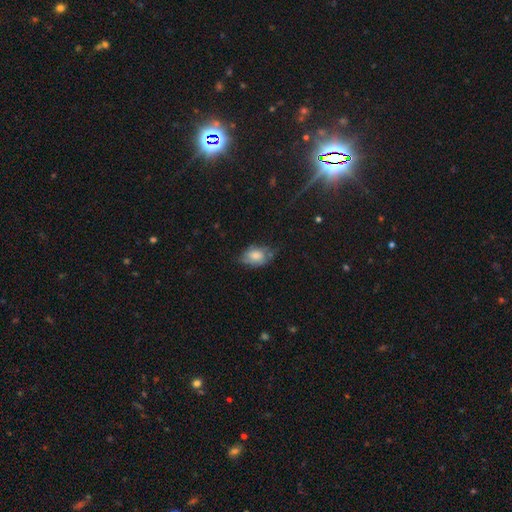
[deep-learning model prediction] The model was most divided on "merging": none: 47%, minor disturbance: 35%, major disturbance: 16%, merger: 2%. More confident: how rounded — in between (87%); smooth or featured — smooth (63%).